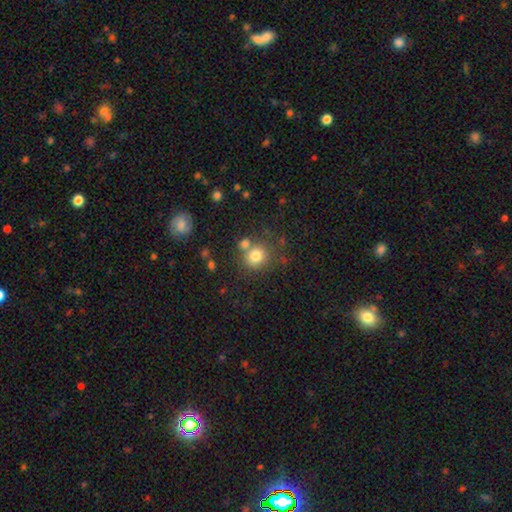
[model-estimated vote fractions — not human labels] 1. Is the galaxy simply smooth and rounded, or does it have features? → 79% smooth, 11% star or artifact, 10% featured or disk.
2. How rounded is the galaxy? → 83% round, 16% in between, 1% cigar-shaped.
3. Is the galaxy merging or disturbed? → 63% none, 22% merger, 11% minor disturbance, 5% major disturbance.